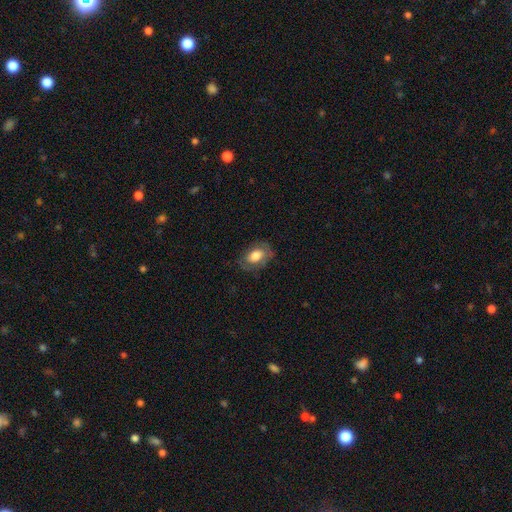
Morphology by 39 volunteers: A smooth galaxy with no disk features (67%) that is in between round and cigar-shaped (85%).

Vote fractions:
- Smooth or featured? smooth: 67% / featured or disk: 26% / star or artifact: 8%
- How rounded? in between: 85% / round: 15% / cigar-shaped: 0%
- Merging? none: 78% / minor disturbance: 11% / major disturbance: 11% / merger: 0%